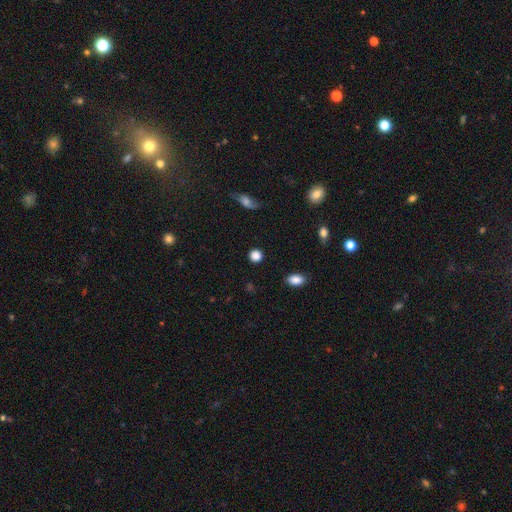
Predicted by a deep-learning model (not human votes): Morphology: type=smooth (85%); roundness=round (88%); merging=none (89%).